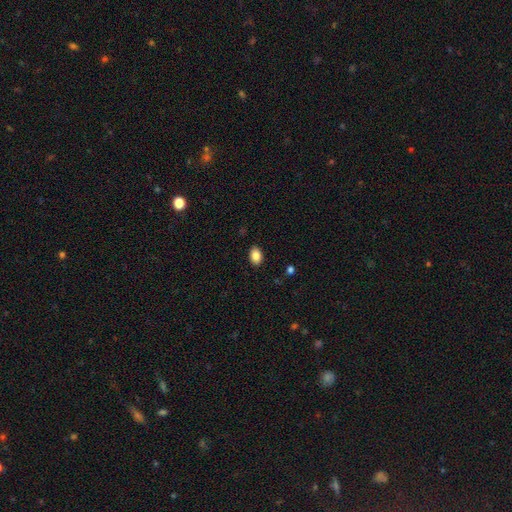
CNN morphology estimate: type=smooth (87%); roundness=in between (83%); merging=none (89%).